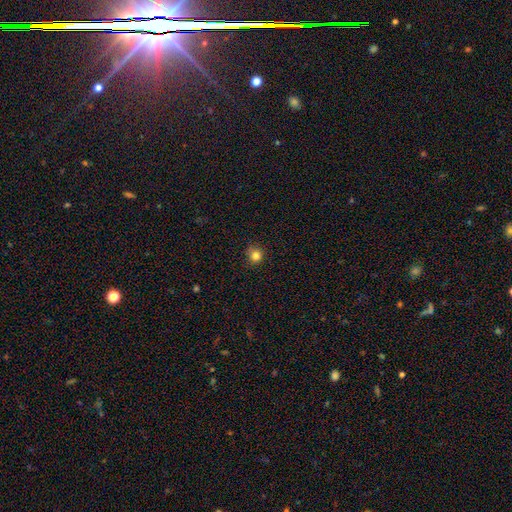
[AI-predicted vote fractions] Overall: smooth (82%). How rounded: round (90%). Merging: none (83%).